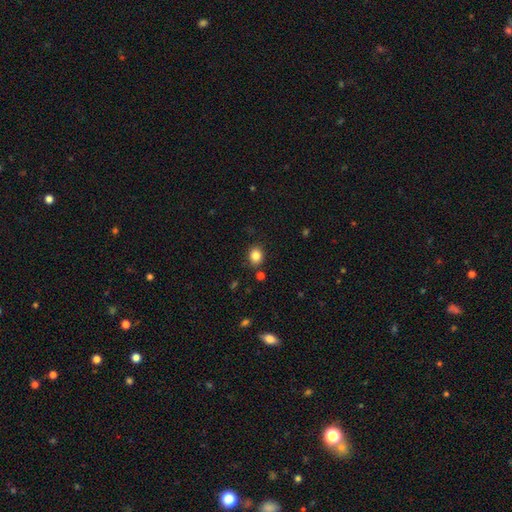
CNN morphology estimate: Smooth or featured? smooth (84%)
How rounded? round (60%)
Merging? none (84%)